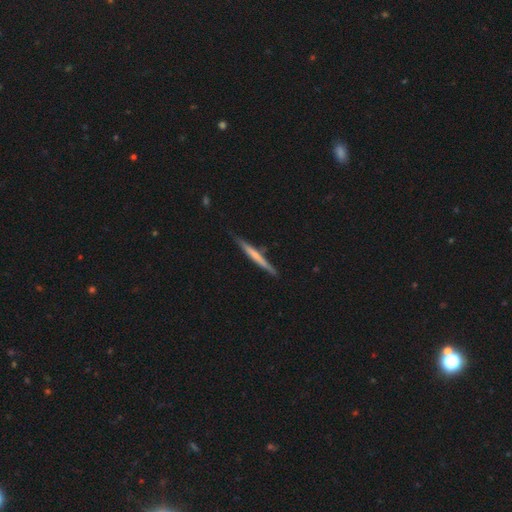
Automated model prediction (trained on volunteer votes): The model was most divided on "smooth or featured": featured or disk: 50%, smooth: 45%, star or artifact: 5%. More confident: merging — none (85%).